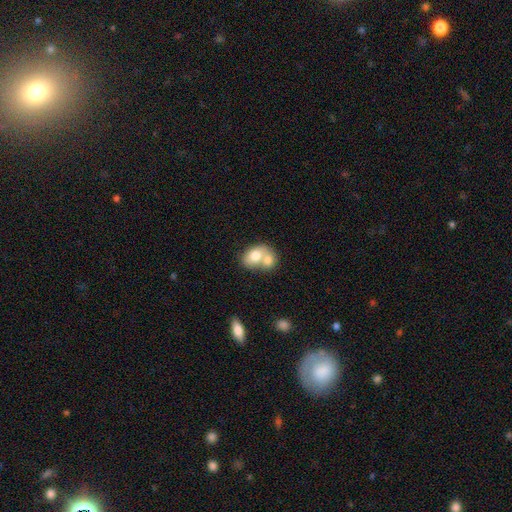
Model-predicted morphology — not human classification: smooth-or-featured: smooth: 70% | featured or disk: 22% | star or artifact: 7%
  how-rounded: in between: 65% | round: 34% | cigar-shaped: 1%
  merging: merger: 71% | none: 19% | minor disturbance: 7% | major disturbance: 3%